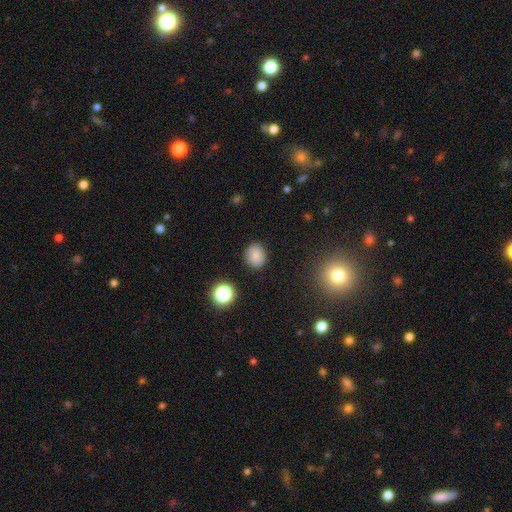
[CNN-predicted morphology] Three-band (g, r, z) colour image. It shows a smooth galaxy with no disk features (82%) that is round (65%). Merging: none (88%).